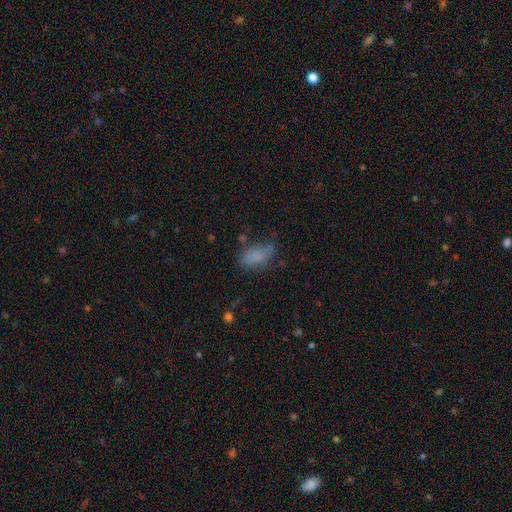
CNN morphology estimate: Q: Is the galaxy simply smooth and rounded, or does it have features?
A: smooth — 76%.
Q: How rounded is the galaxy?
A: in between — 89%.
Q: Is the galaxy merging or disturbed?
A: none — 48%.